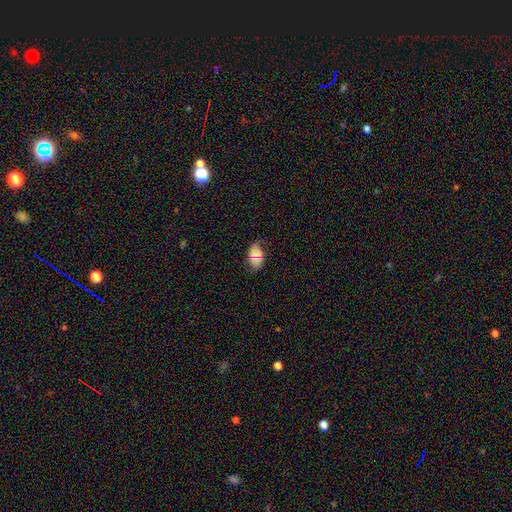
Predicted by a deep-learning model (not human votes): Smooth or featured: smooth — 67% (star or artifact — 17%)
How rounded: in between — 92% (round — 6%)
Merging: none — 70% (minor disturbance — 22%)